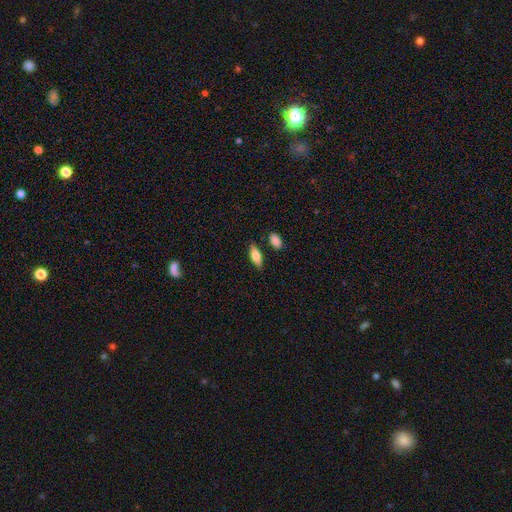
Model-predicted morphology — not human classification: smooth-or-featured: smooth: 72% | featured or disk: 21% | star or artifact: 6%
  how-rounded: in between: 71% | cigar-shaped: 26% | round: 3%
  merging: none: 81% | minor disturbance: 12% | merger: 5% | major disturbance: 3%